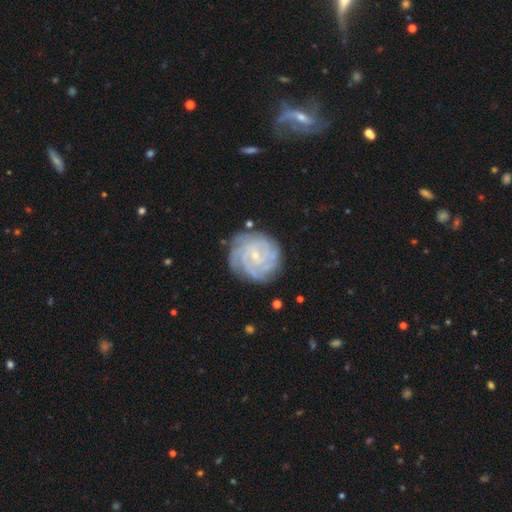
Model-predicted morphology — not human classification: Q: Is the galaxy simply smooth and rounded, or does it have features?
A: featured or disk — 86%.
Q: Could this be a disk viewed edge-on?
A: no — 98%.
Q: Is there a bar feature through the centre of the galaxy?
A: no — 64%.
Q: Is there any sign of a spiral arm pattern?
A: yes — 97%.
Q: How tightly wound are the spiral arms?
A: tight — 80%.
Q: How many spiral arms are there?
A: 4 — 32%.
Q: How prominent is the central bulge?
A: small — 80%.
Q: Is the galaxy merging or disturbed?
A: none — 81%.